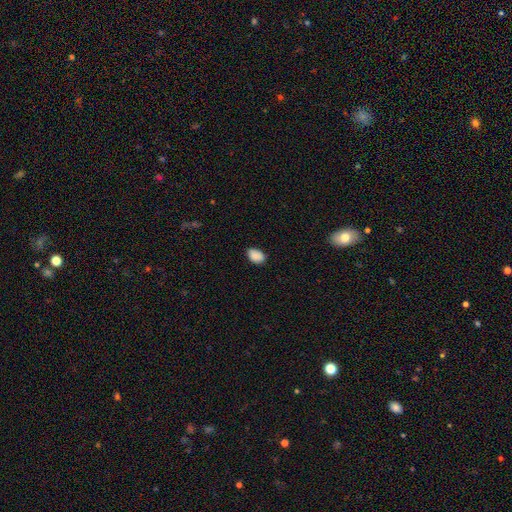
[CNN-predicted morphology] A smooth galaxy with no disk features (89%) that is in between round and cigar-shaped (86%). Merging: none (80%).